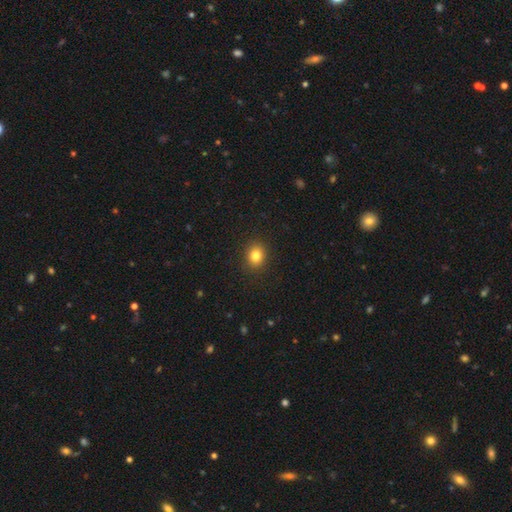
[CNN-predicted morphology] This appears to be a smooth galaxy with no disk features (82%) that is round (67%). Merging: none (90%).